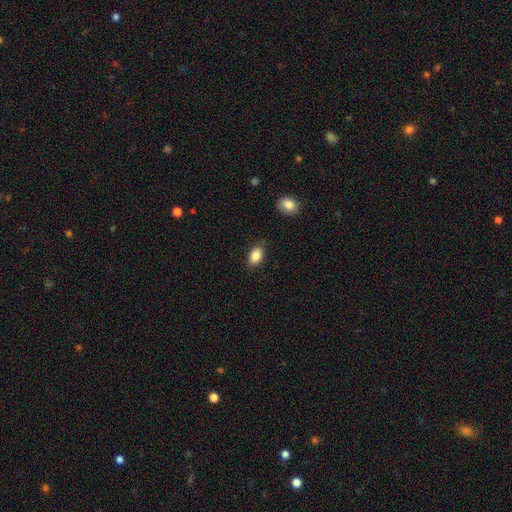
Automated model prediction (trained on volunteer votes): Smooth or featured?
  - smooth: 85% *
  - star or artifact: 8%
  - featured or disk: 7%
How rounded?
  - in between: 88% *
  - round: 10%
  - cigar-shaped: 2%
Merging?
  - none: 85% *
  - minor disturbance: 11%
  - major disturbance: 2%
  - merger: 1%